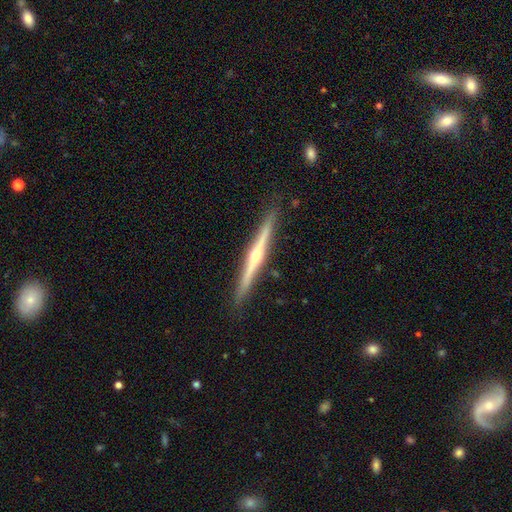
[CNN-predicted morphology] type=featured or disk (81%); edge-on=yes (98%); edge-on bulge=rounded (91%); merging=none (90%).